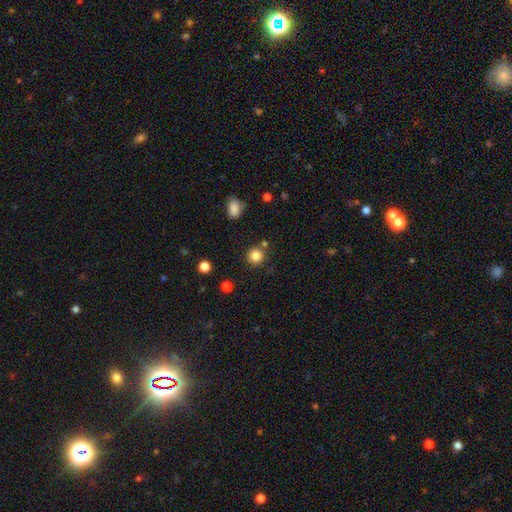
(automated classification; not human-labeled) Q: Smooth or featured?
A: smooth (84%); runner-up: star or artifact (11%)
Q: How rounded?
A: round (93%); runner-up: in between (6%)
Q: Merging?
A: none (82%); runner-up: minor disturbance (8%)